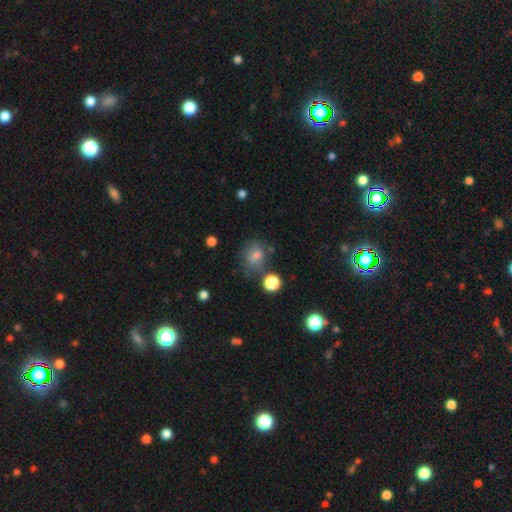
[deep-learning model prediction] This is likely a smooth galaxy (71%). How rounded: likely round (65%). Merging: likely none (67%).